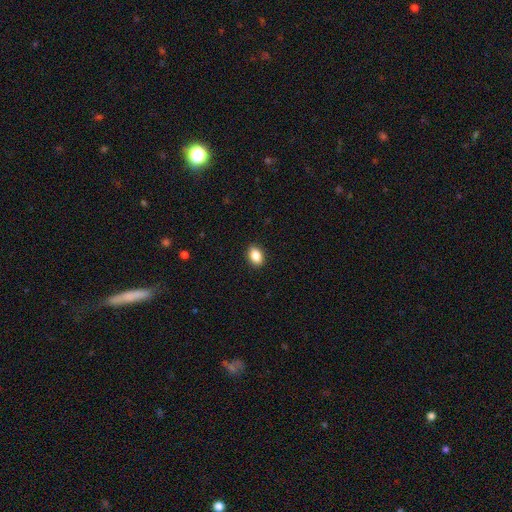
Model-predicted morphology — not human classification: Smooth or featured? smooth (87%)
How rounded? in between (83%)
Merging? none (90%)